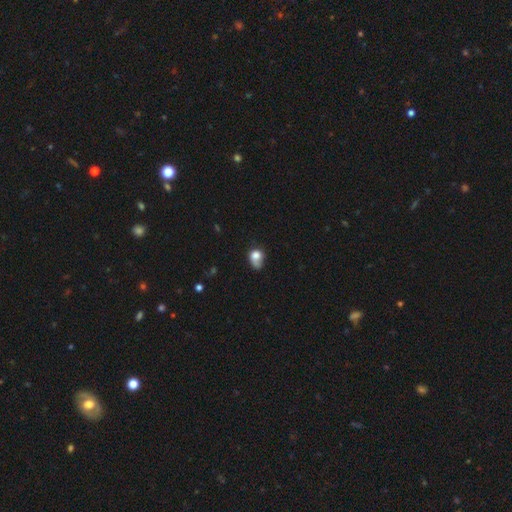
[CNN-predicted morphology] smooth 73%, featured or disk 17%, star or artifact 10%. Down the decision tree: how rounded — in between (55%); merging — minor disturbance (33%).